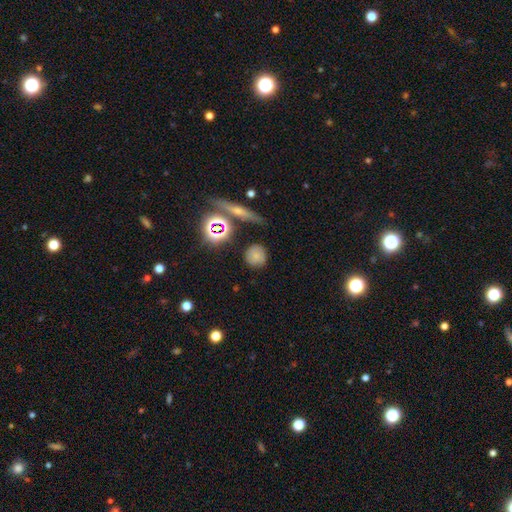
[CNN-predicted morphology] This is likely a smooth galaxy (67%). How rounded: clearly round (87%). Merging: clearly none (80%).